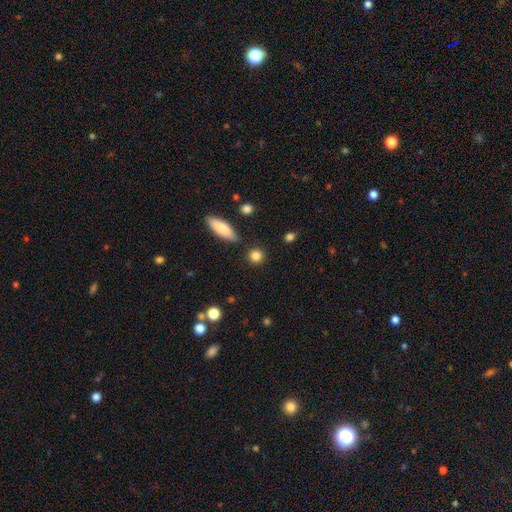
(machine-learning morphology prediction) A smooth galaxy with no disk features (85%) that is round (86%).

Vote fractions:
- Smooth or featured? smooth: 85% / star or artifact: 9% / featured or disk: 6%
- How rounded? round: 86% / in between: 11% / cigar-shaped: 3%
- Merging? none: 86% / minor disturbance: 8% / merger: 3% / major disturbance: 3%